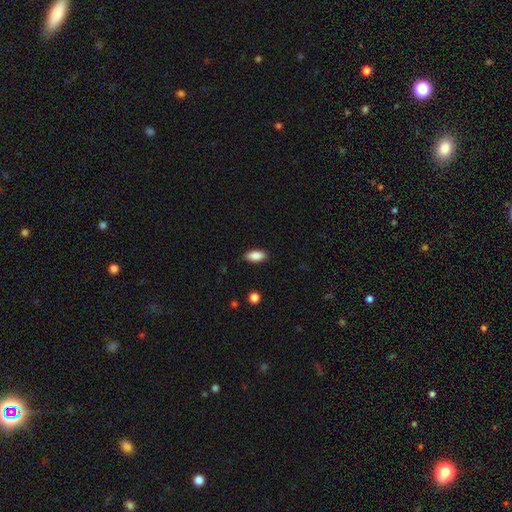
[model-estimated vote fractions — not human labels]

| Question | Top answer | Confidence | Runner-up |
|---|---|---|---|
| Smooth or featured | smooth | 88% | star or artifact (7%) |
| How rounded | in between | 88% | cigar-shaped (9%) |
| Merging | none | 87% | minor disturbance (10%) |